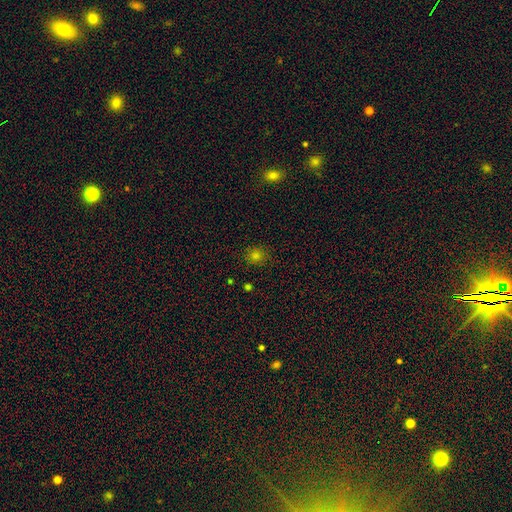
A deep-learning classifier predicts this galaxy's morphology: Overall: smooth (74%). How rounded: round (88%). Merging: none (88%).